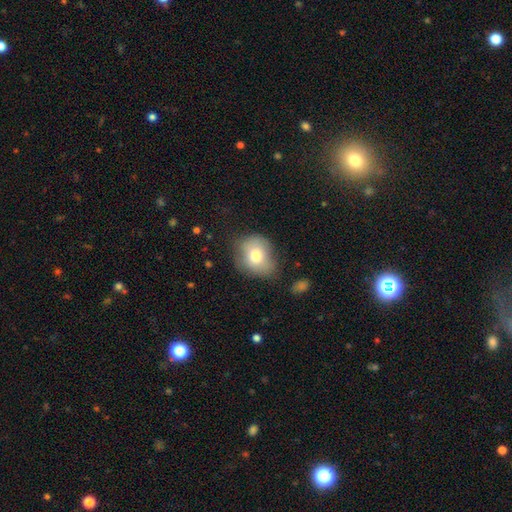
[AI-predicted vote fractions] The model was most divided on "how rounded": round: 55%, in between: 44%, cigar-shaped: 1%. More confident: smooth or featured — smooth (74%); merging — none (60%).